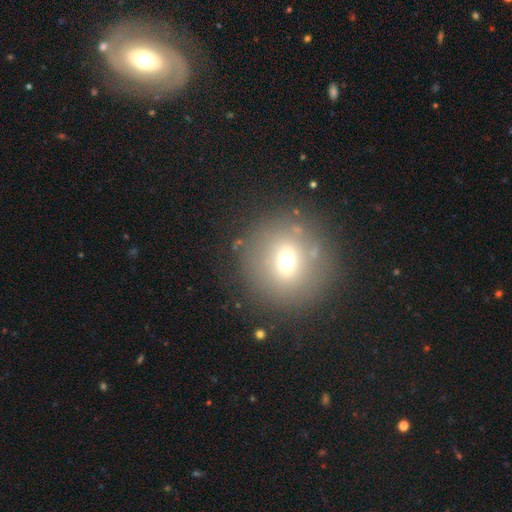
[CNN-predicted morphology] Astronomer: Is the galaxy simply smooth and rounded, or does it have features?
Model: smooth — 55%.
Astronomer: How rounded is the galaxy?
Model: round — 85%.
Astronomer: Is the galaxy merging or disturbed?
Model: none — 83%.